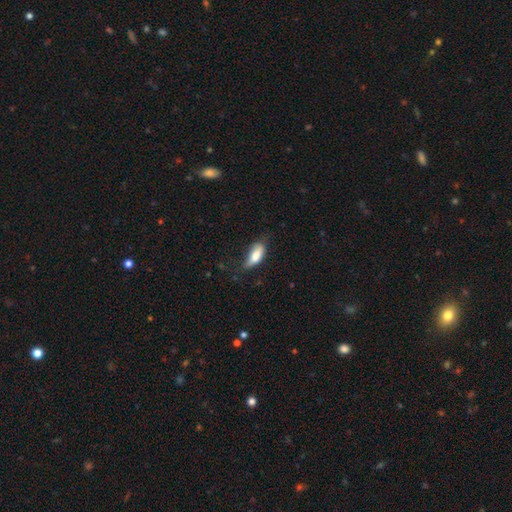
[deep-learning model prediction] Overall: smooth (78%). How rounded: in between (82%). Merging: none (44%; minor disturbance 37%).